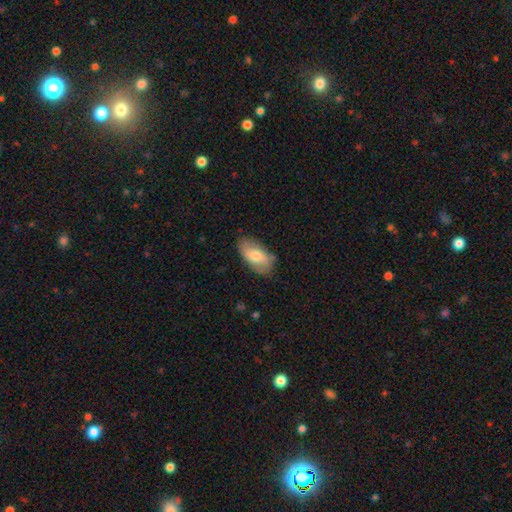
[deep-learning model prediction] Smooth or featured: smooth — 69% (featured or disk — 24%)
How rounded: in between — 93% (round — 4%)
Merging: none — 74% (minor disturbance — 20%)